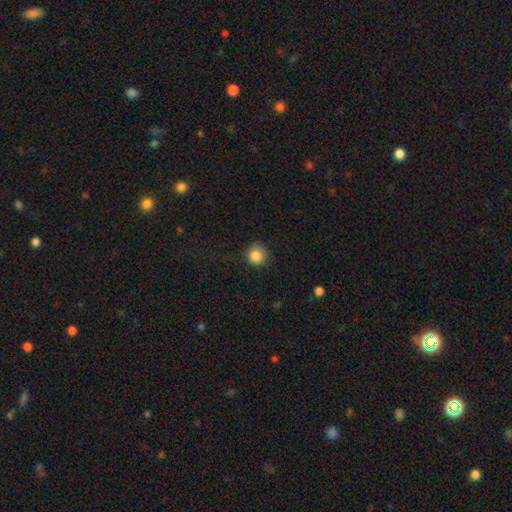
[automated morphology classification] type=smooth (85%); roundness=round (90%); merging=none (76%).